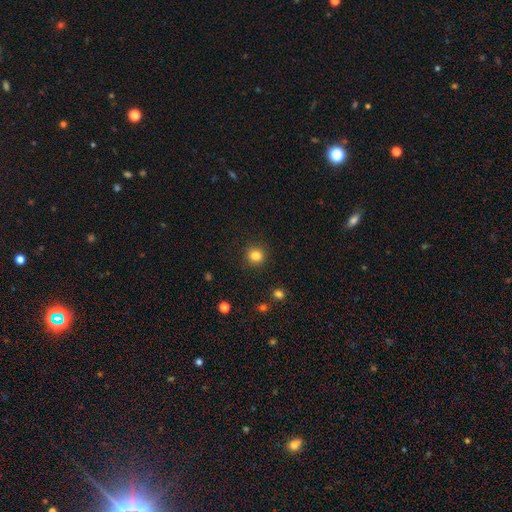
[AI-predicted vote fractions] The model was most divided on "smooth or featured": smooth: 83%, star or artifact: 12%, featured or disk: 5%. More confident: how rounded — round (92%); merging — none (91%).